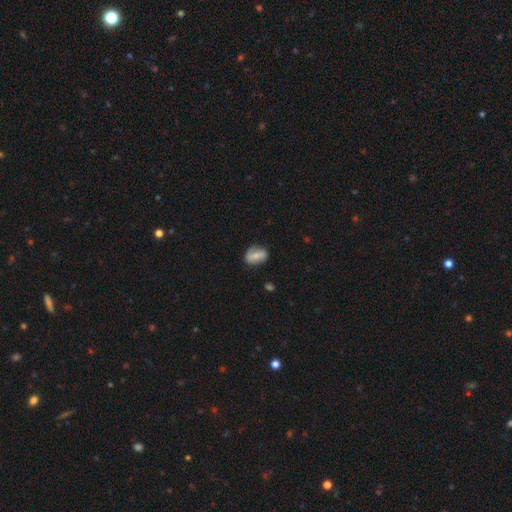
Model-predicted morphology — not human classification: Smooth or featured? Predicted: featured or disk (p=0.46, tied with smooth). Merging? Predicted: none (p=0.68).